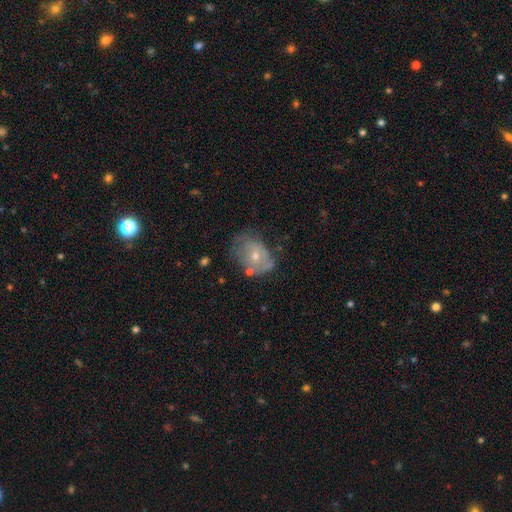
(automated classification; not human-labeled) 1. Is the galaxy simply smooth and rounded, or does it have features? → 53% featured or disk, 35% smooth, 11% star or artifact.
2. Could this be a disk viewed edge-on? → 96% no, 4% yes.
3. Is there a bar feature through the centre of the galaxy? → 81% no, 16% weak, 3% strong.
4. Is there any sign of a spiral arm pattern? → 52% no, 48% yes.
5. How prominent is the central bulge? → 55% small, 41% moderate, 2% none, 1% large, 1% dominant.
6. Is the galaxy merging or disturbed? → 47% none, 30% minor disturbance, 18% major disturbance, 5% merger.